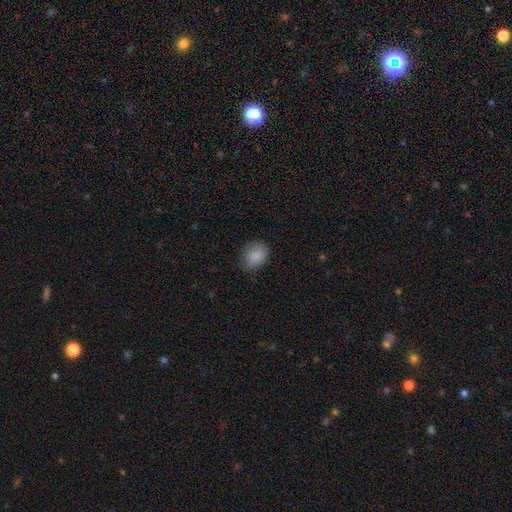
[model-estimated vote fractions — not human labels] This appears to be a smooth galaxy with no disk features (86%) that is in between round and cigar-shaped (59%). Merging: none (72%).